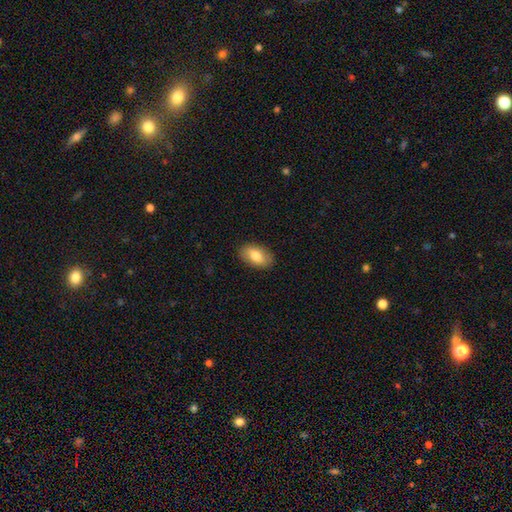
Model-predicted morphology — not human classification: The model was most divided on "smooth or featured": smooth: 80%, featured or disk: 14%, star or artifact: 7%. More confident: how rounded — in between (92%); merging — none (88%).